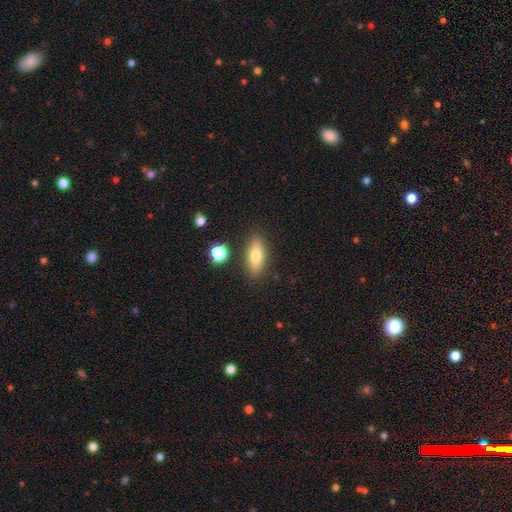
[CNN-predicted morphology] Overall: smooth (74%). How rounded: in between (72%). Merging: none (84%).